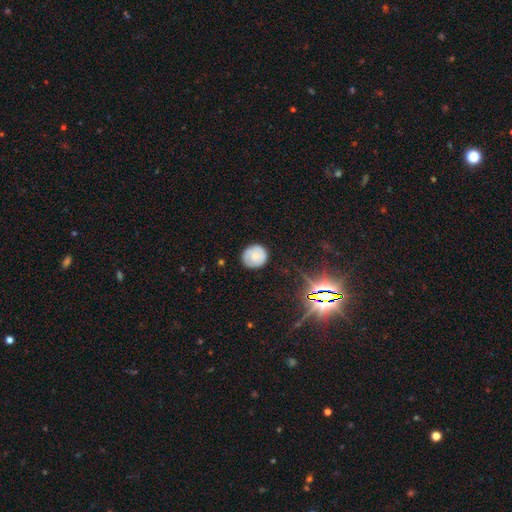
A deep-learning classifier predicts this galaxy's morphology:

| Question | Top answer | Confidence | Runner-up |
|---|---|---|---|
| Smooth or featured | smooth | 66% | featured or disk (24%) |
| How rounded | round | 83% | in between (16%) |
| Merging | none | 77% | minor disturbance (18%) |